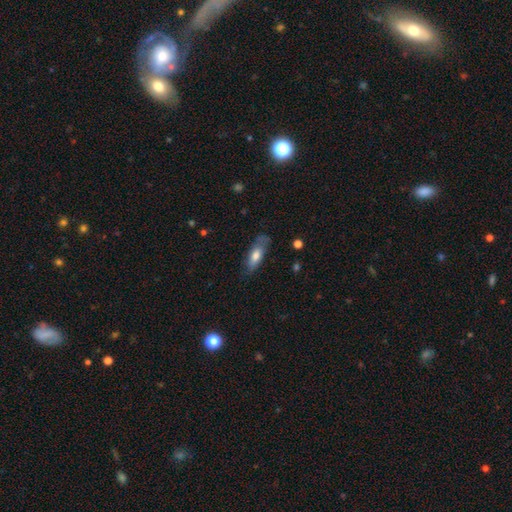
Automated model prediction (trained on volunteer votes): Smooth or featured?
  - smooth: 67% *
  - featured or disk: 26%
  - star or artifact: 6%
How rounded?
  - in between: 67% *
  - cigar-shaped: 30%
  - round: 2%
Merging?
  - none: 67% *
  - minor disturbance: 24%
  - major disturbance: 8%
  - merger: 2%